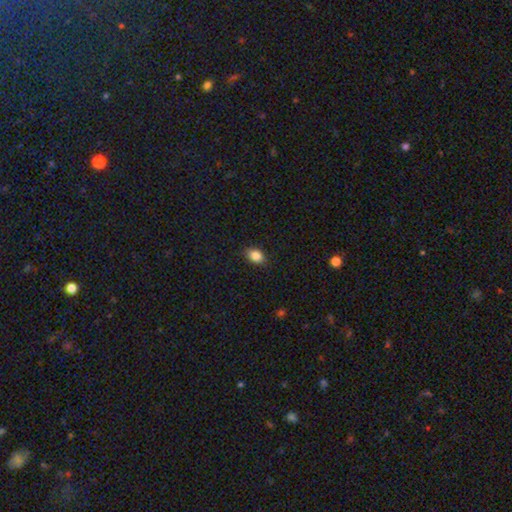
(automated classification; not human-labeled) Smooth or featured: smooth — 86% (star or artifact — 9%)
How rounded: in between — 77% (round — 22%)
Merging: none — 85% (minor disturbance — 12%)